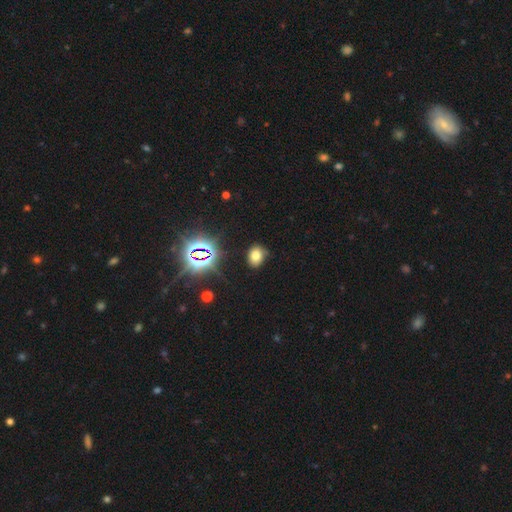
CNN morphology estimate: The model was most divided on "how rounded": in between: 57%, round: 42%, cigar-shaped: 1%. More confident: merging — none (80%); smooth or featured — smooth (69%).